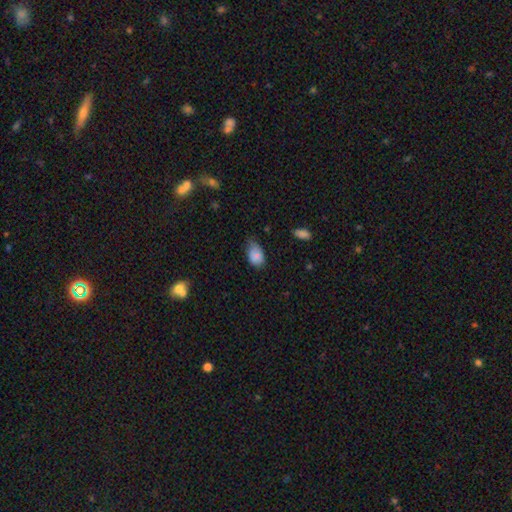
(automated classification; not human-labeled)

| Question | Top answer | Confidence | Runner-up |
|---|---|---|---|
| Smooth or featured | smooth | 82% | featured or disk (10%) |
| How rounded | in between | 85% | round (13%) |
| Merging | minor disturbance | 45% | none (43%) |